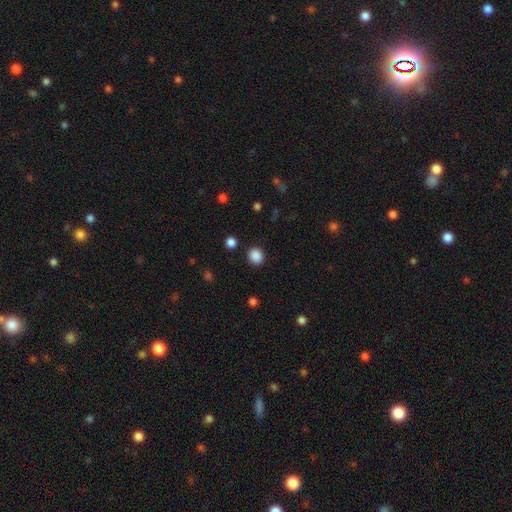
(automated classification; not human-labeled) This is clearly a smooth galaxy (87%). How rounded: clearly round (80%). Merging: clearly none (89%).